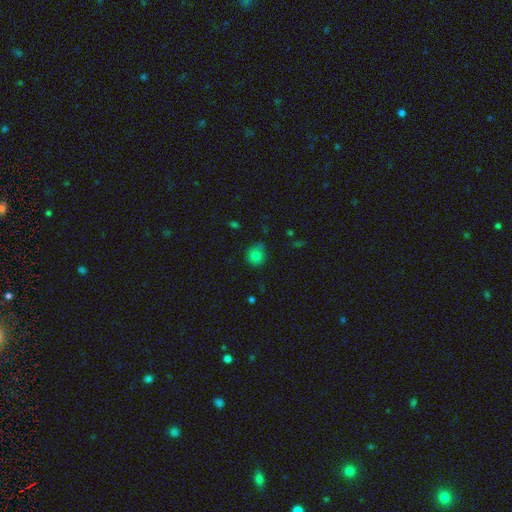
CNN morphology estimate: Smooth or featured?
  - smooth: 81% *
  - star or artifact: 13%
  - featured or disk: 6%
How rounded?
  - round: 81% *
  - in between: 18%
  - cigar-shaped: 1%
Merging?
  - none: 68% *
  - minor disturbance: 25%
  - major disturbance: 5%
  - merger: 3%